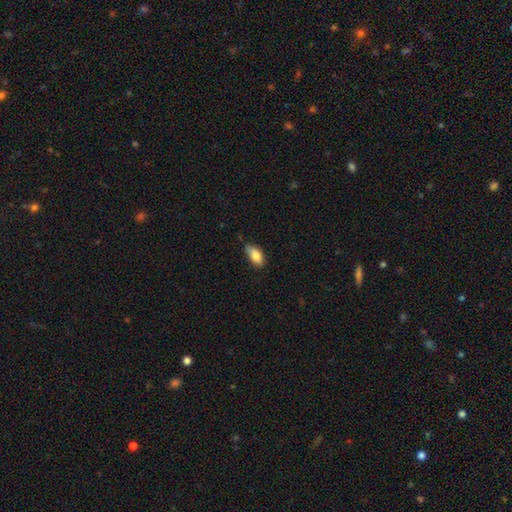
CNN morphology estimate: Q: Smooth or featured?
A: smooth (84%); runner-up: featured or disk (9%)
Q: How rounded?
A: in between (90%); runner-up: cigar-shaped (7%)
Q: Merging?
A: none (64%); runner-up: minor disturbance (30%)